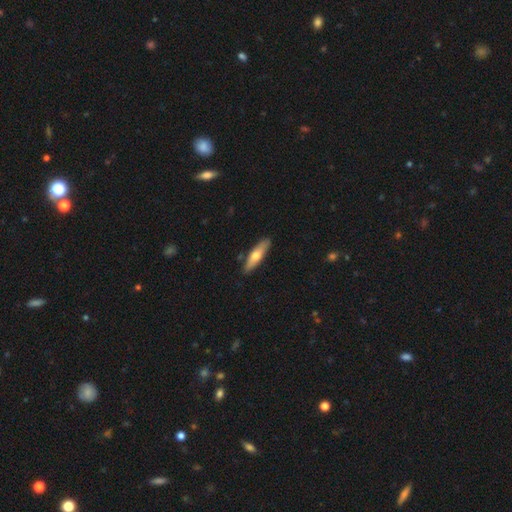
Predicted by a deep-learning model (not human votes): smooth-or-featured: smooth: 57% | featured or disk: 38% | star or artifact: 5%
  how-rounded: cigar-shaped: 69% | in between: 29% | round: 2%
  merging: none: 87% | minor disturbance: 10% | merger: 2% | major disturbance: 2%